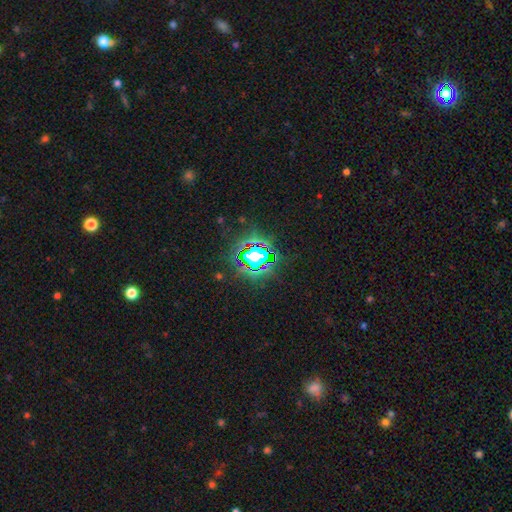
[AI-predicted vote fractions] Smooth or featured?
  - star or artifact: 78% *
  - smooth: 14%
  - featured or disk: 8%